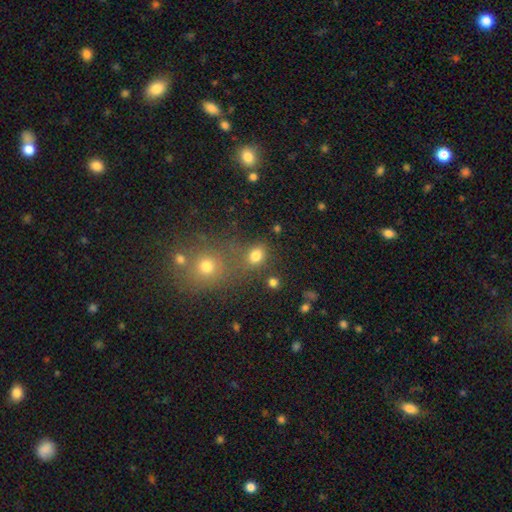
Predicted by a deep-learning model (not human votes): smooth_or_featured: smooth (p=0.77) [alt: star or artifact p=0.16]
how_rounded: round (p=0.49) [tied with: in between p=0.49]
merging: none (p=0.65) [alt: merger p=0.19]